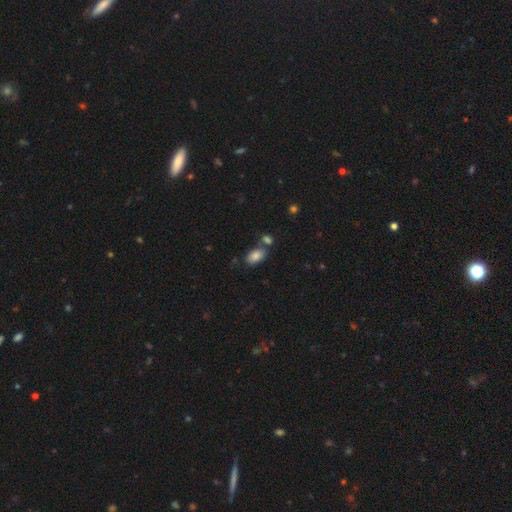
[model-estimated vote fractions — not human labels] Smooth or featured? smooth (85%)
How rounded? in between (93%)
Merging? none (63%)